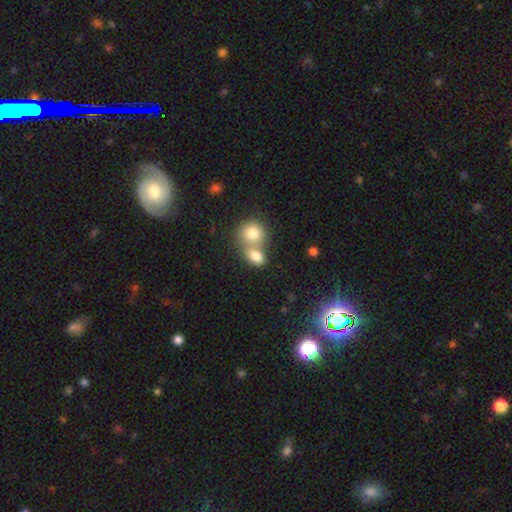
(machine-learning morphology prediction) A smooth galaxy with no disk features (80%) that is in between round and cigar-shaped (60%).

Vote fractions:
- Smooth or featured? smooth: 80% / featured or disk: 11% / star or artifact: 9%
- How rounded? in between: 60% / round: 38% / cigar-shaped: 2%
- Merging? merger: 61% / none: 29% / minor disturbance: 7% / major disturbance: 3%